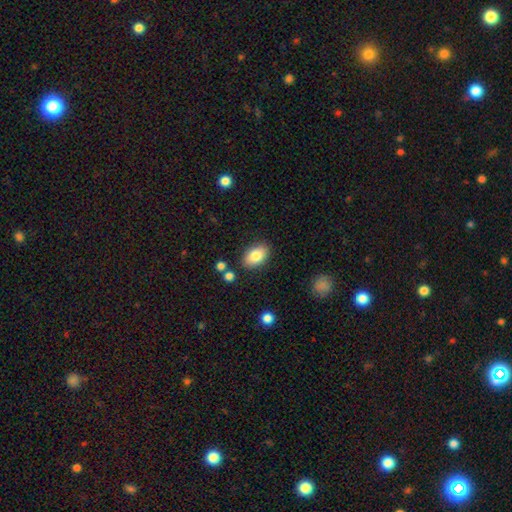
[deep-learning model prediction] This is clearly a smooth galaxy (83%). How rounded: clearly in between (89%). Merging: clearly none (84%).